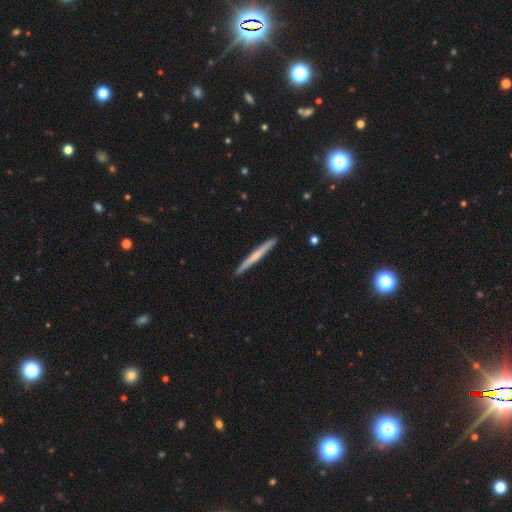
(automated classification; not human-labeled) Smooth or featured: featured or disk — 50% (smooth — 45%)
Merging: none — 92% (minor disturbance — 6%)